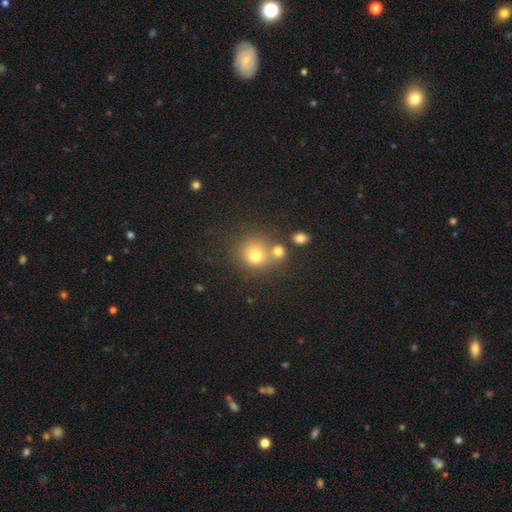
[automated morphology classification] A smooth galaxy with no disk features (74%) that is round (87%). Merging: none (57%).